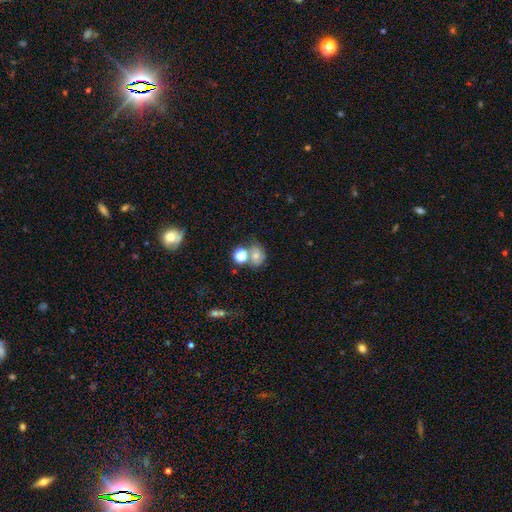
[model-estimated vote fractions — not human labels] Morphology: type=smooth (63%); roundness=round (61%); merging=none (43%).